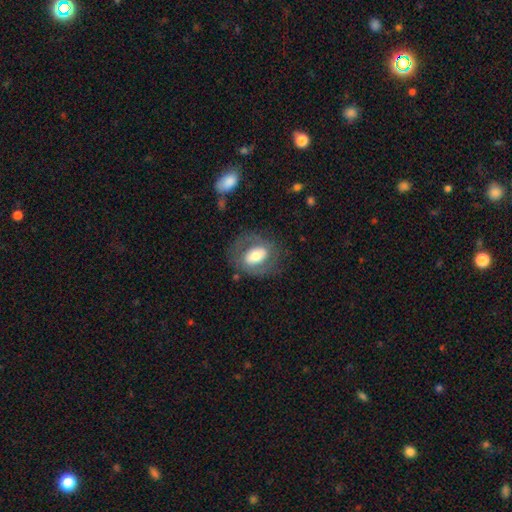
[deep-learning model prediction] Morphology: type=featured or disk (51%); edge-on=no (94%); merging=none (71%).